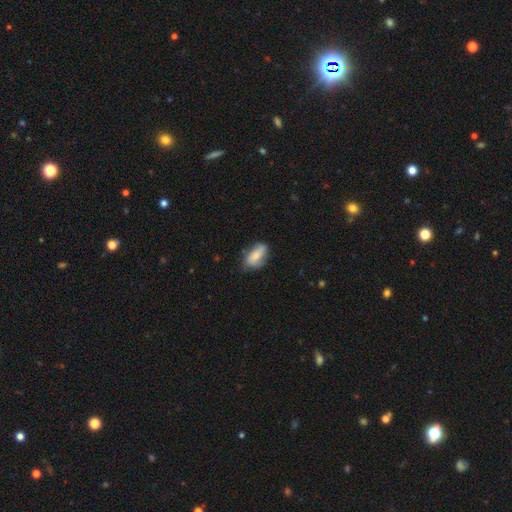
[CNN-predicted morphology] smooth 72%, featured or disk 22%, star or artifact 7%. Down the decision tree: how rounded — in between (89%); merging — none (65%).